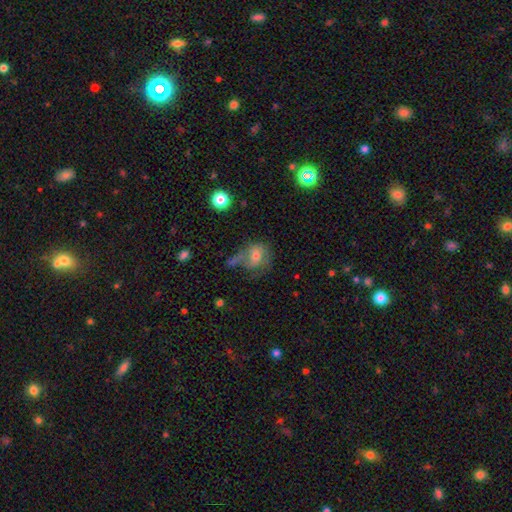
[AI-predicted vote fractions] A smooth galaxy with no disk features (54%) that is round (56%).

Vote fractions:
- Smooth or featured? smooth: 54% / featured or disk: 35% / star or artifact: 10%
- How rounded? round: 56% / in between: 43% / cigar-shaped: 1%
- Merging? none: 33% / major disturbance: 31% / minor disturbance: 22% / merger: 14%